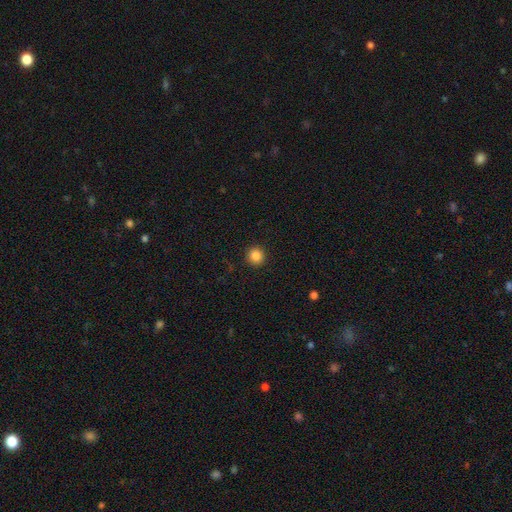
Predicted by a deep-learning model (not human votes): A smooth galaxy with no disk features (86%) that is round (94%).

Vote fractions:
- Smooth or featured? smooth: 86% / star or artifact: 10% / featured or disk: 3%
- How rounded? round: 94% / in between: 5% / cigar-shaped: 1%
- Merging? none: 92% / minor disturbance: 5% / major disturbance: 2% / merger: 1%